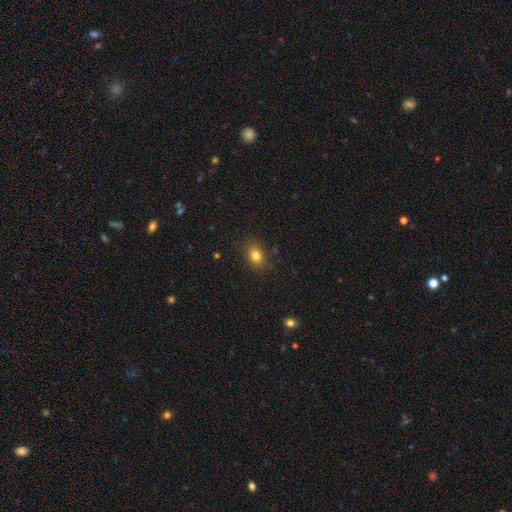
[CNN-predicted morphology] This is clearly a smooth galaxy (81%). How rounded: likely in between (62%). Merging: clearly none (83%).